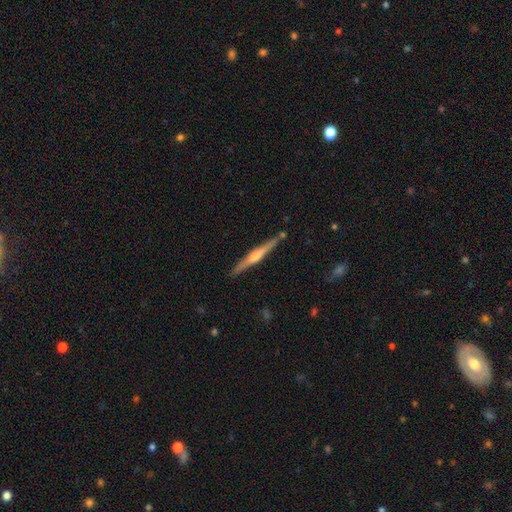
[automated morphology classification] type=featured or disk (72%); edge-on=yes (98%); edge-on bulge=rounded (81%); merging=none (87%).